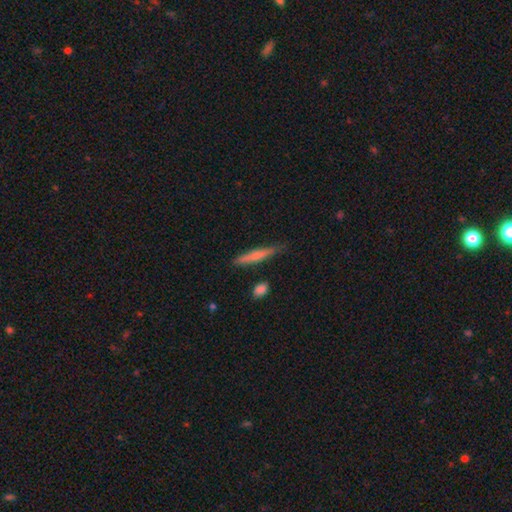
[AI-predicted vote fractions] Smooth or featured? smooth (68%)
How rounded? cigar-shaped (91%)
Merging? none (76%)